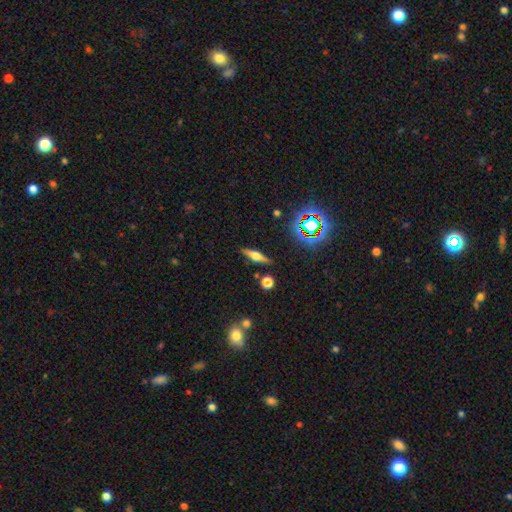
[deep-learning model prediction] Smooth or featured? featured or disk (57%)
Edge-on disk? yes (95%)
Edge-on bulge? rounded (90%)
Merging? none (86%)